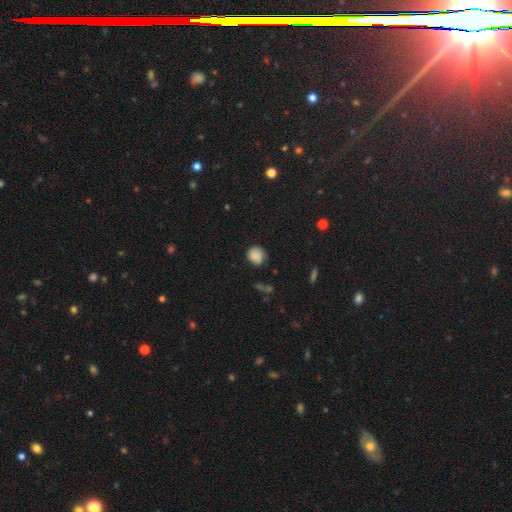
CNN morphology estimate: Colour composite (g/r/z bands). It shows a smooth galaxy with no disk features (84%) that is round (80%). Merging: none (75%).